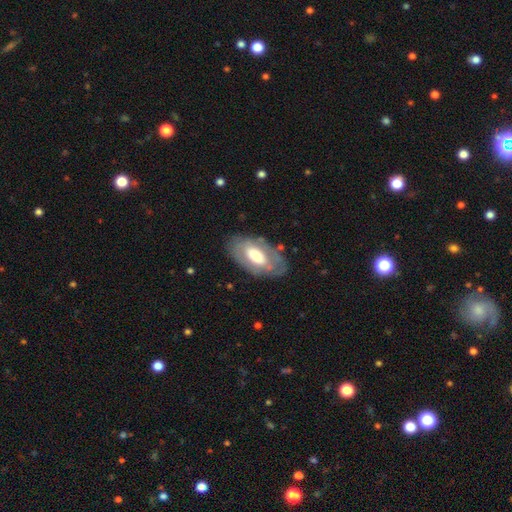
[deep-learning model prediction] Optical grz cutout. It shows a featured or disk galaxy (48%). Merging: none (75%).